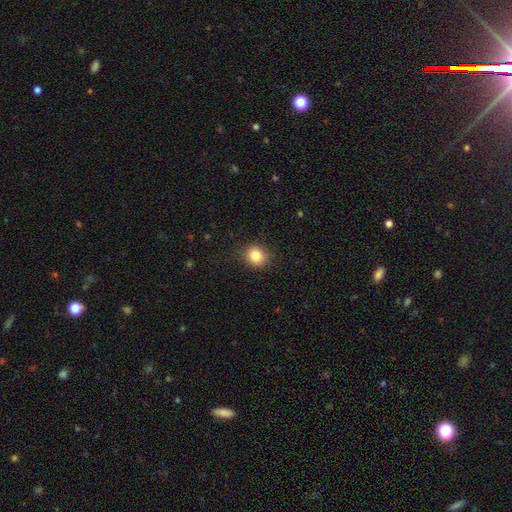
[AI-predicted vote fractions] smooth-or-featured: smooth: 84% | star or artifact: 10% | featured or disk: 6%
  how-rounded: round: 76% | in between: 23% | cigar-shaped: 1%
  merging: none: 87% | minor disturbance: 9% | major disturbance: 3% | merger: 1%